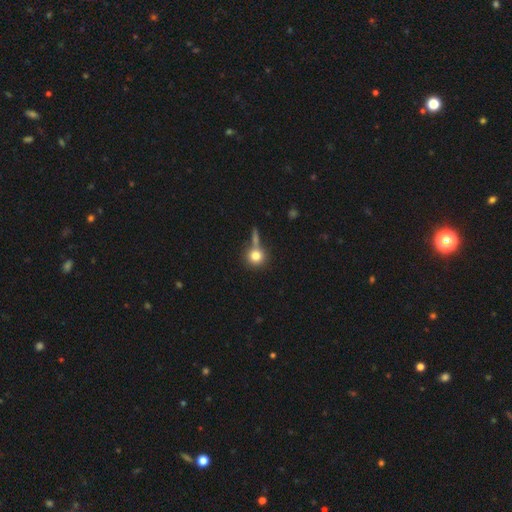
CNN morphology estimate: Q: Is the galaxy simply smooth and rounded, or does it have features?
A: smooth — 79%.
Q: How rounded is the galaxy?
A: round — 91%.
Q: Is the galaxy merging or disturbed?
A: none — 60%.